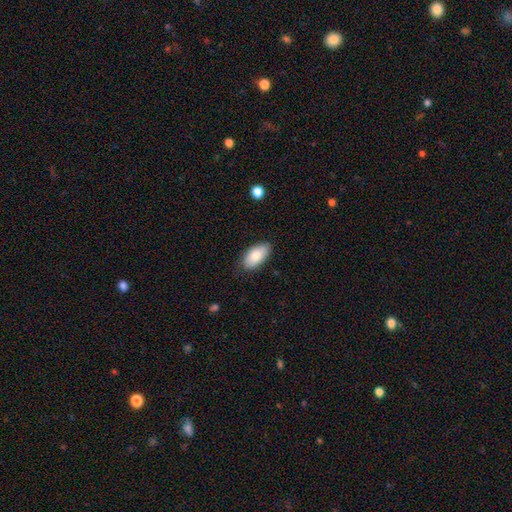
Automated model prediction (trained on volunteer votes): A smooth galaxy with no disk features (83%) that is in between round and cigar-shaped (94%). Merging: none (83%).